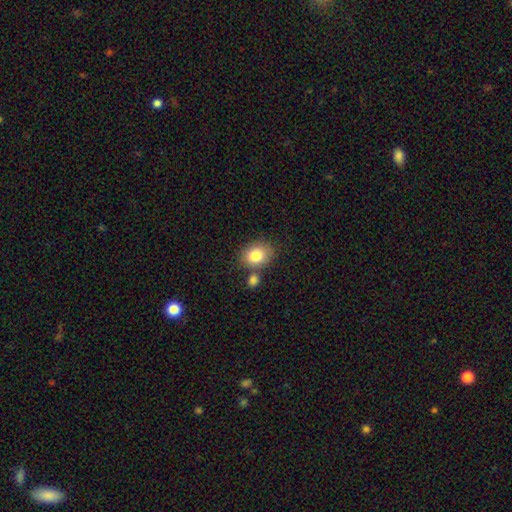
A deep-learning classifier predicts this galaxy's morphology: smooth_or_featured: smooth (p=0.82) [alt: featured or disk p=0.09]
how_rounded: in between (p=0.53) [alt: round p=0.46]
merging: none (p=0.67) [alt: merger p=0.16]